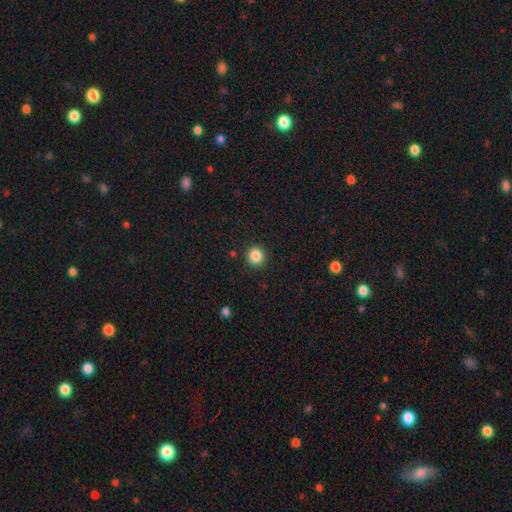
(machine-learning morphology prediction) smooth_or_featured: smooth (p=0.86) [alt: star or artifact p=0.11]
how_rounded: round (p=0.90) [alt: in between p=0.09]
merging: none (p=0.91) [alt: minor disturbance p=0.06]